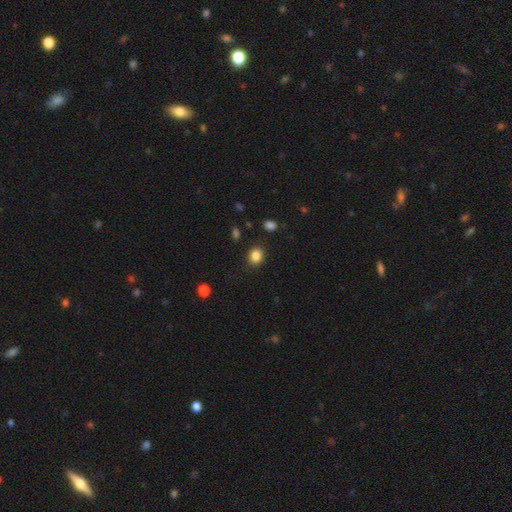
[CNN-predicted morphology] Smooth or featured? smooth (85%)
How rounded? round (71%)
Merging? none (88%)